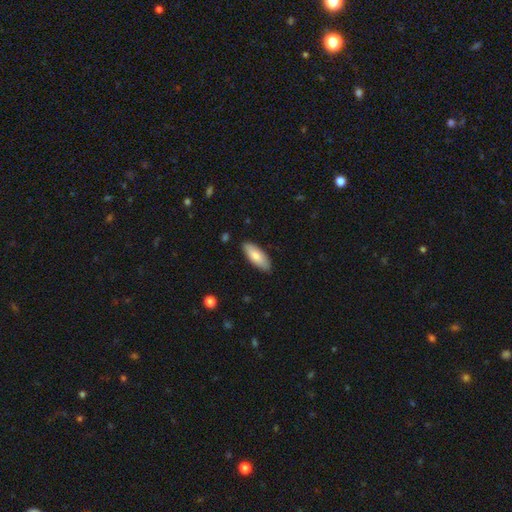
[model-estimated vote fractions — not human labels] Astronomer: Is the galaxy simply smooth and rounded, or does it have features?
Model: smooth — 80%.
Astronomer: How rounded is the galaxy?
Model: in between — 77%.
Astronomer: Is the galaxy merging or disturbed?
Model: none — 86%.